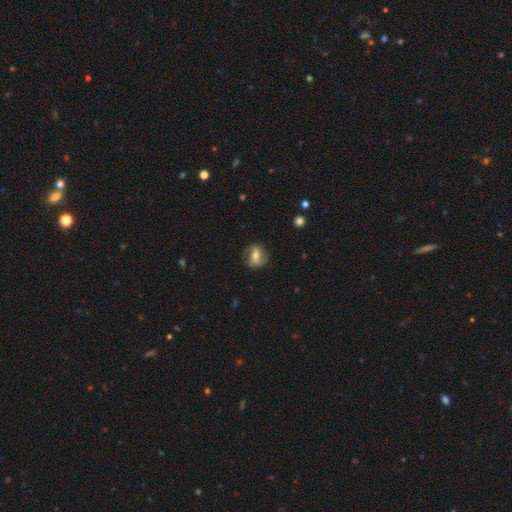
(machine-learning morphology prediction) Q: Smooth or featured?
A: featured or disk (54%); runner-up: smooth (37%)
Q: Edge-on disk?
A: no (92%); runner-up: yes (8%)
Q: Merging?
A: none (77%); runner-up: minor disturbance (16%)